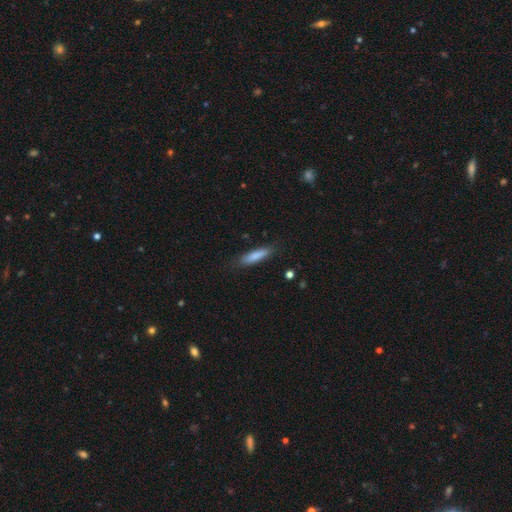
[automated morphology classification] smooth-or-featured: smooth: 82% | featured or disk: 12% | star or artifact: 6%
  how-rounded: cigar-shaped: 76% | in between: 22% | round: 1%
  merging: none: 82% | minor disturbance: 14% | major disturbance: 3% | merger: 1%